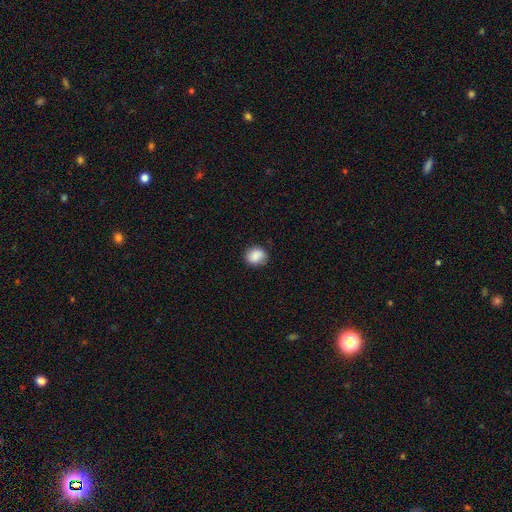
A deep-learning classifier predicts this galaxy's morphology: A smooth galaxy with no disk features (86%) that is round (67%). Merging: none (82%).